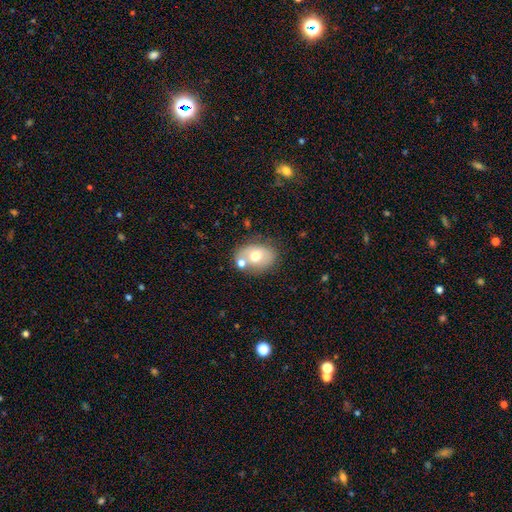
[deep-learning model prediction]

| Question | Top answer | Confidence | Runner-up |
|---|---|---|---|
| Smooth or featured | smooth | 62% | featured or disk (30%) |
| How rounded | in between | 69% | round (30%) |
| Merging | none | 59% | merger (18%) |